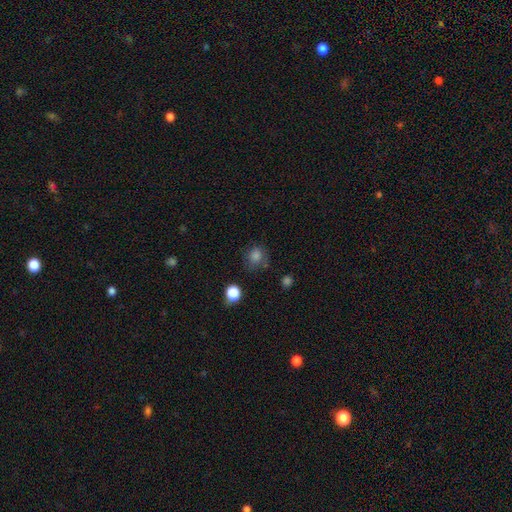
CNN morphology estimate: A smooth galaxy with no disk features (79%) that is round (77%). Merging: none (68%).